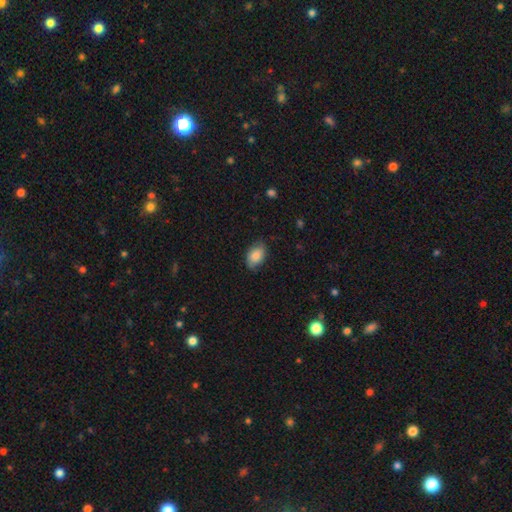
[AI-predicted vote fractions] This is clearly a smooth galaxy (82%). How rounded: clearly in between (87%). Merging: likely none (75%).